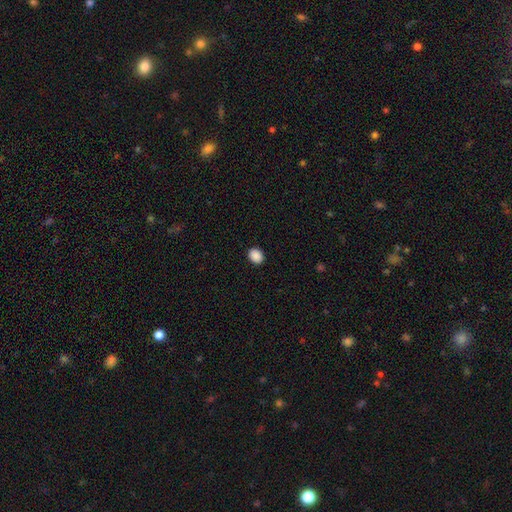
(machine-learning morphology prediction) This appears to be a smooth galaxy with no disk features (89%) that is in between round and cigar-shaped (50%). Merging: none (91%).